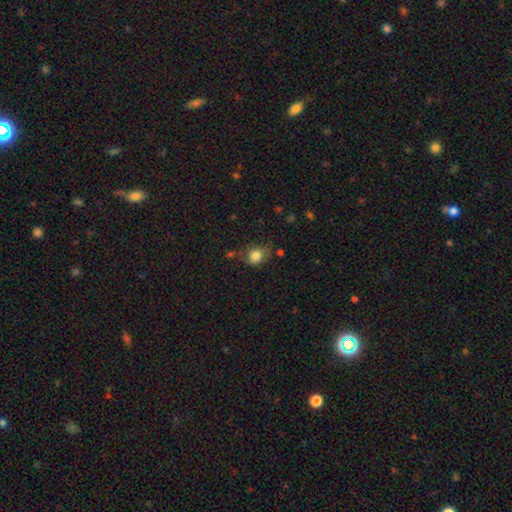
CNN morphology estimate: A smooth galaxy with no disk features (82%) that is round (55%).

Vote fractions:
- Smooth or featured? smooth: 82% / star or artifact: 11% / featured or disk: 8%
- How rounded? round: 55% / in between: 43% / cigar-shaped: 1%
- Merging? none: 62% / minor disturbance: 25% / major disturbance: 8% / merger: 5%